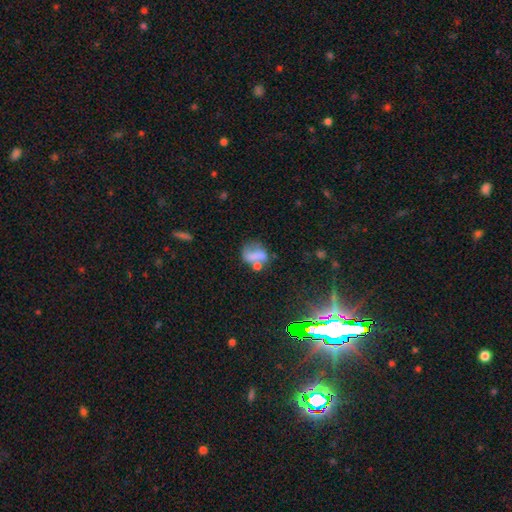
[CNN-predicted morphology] smooth_or_featured: smooth (p=0.56) [alt: featured or disk p=0.29]
how_rounded: in between (p=0.61) [alt: round p=0.33]
merging: none (p=0.33) [alt: merger p=0.27]